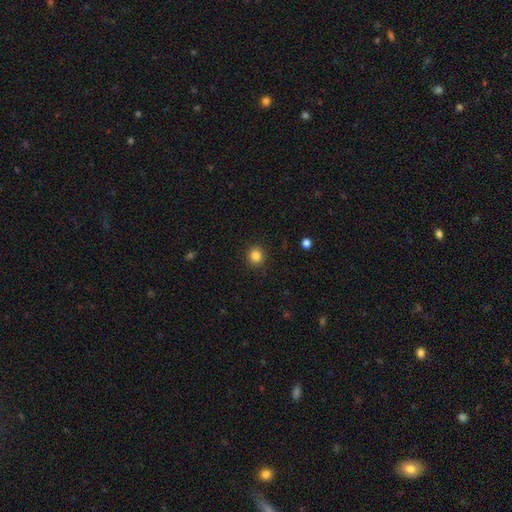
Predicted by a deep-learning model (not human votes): Smooth or featured? smooth (84%)
How rounded? round (92%)
Merging? none (91%)